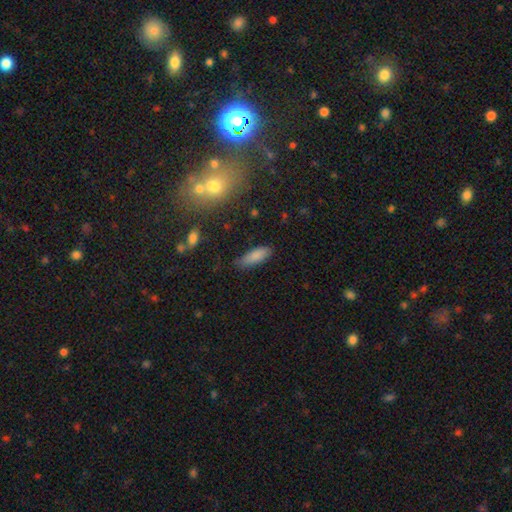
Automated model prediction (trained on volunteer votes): A smooth galaxy with no disk features (85%) that is in between round and cigar-shaped (64%).

Vote fractions:
- Smooth or featured? smooth: 85% / star or artifact: 8% / featured or disk: 8%
- How rounded? in between: 64% / cigar-shaped: 34% / round: 2%
- Merging? none: 75% / minor disturbance: 19% / major disturbance: 4% / merger: 2%